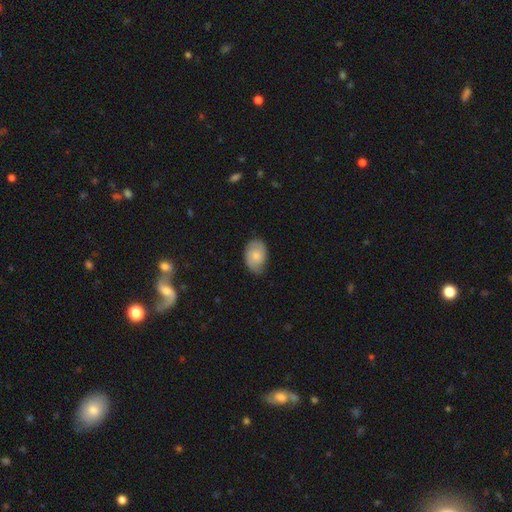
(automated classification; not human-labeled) A smooth galaxy with no disk features (65%) that is in between round and cigar-shaped (81%). Merging: none (71%).